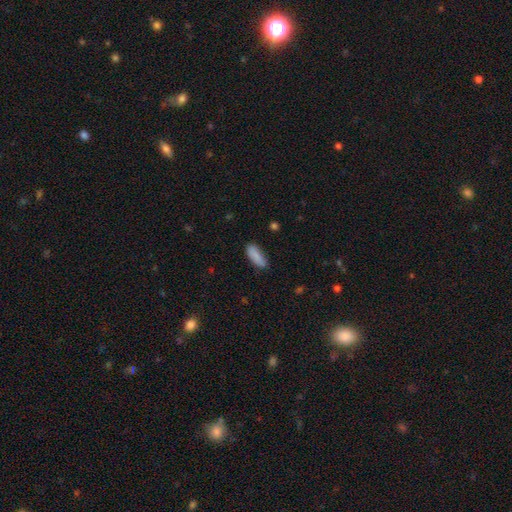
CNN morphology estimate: smooth-or-featured: smooth: 88% | star or artifact: 7% | featured or disk: 6%
  how-rounded: in between: 67% | cigar-shaped: 31% | round: 2%
  merging: none: 77% | minor disturbance: 18% | major disturbance: 3% | merger: 2%